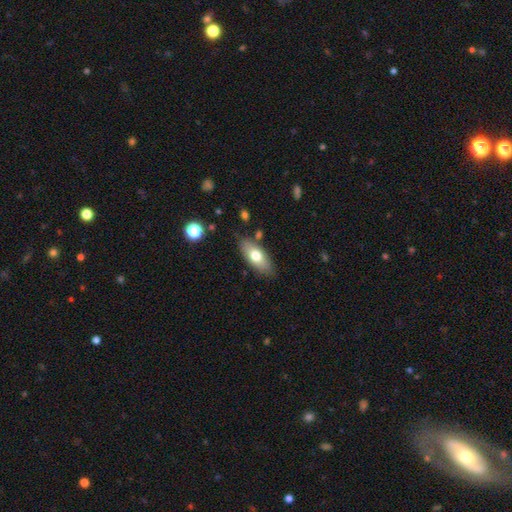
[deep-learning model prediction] This is likely a smooth galaxy (70%). How rounded: clearly in between (82%). Merging: clearly none (81%).